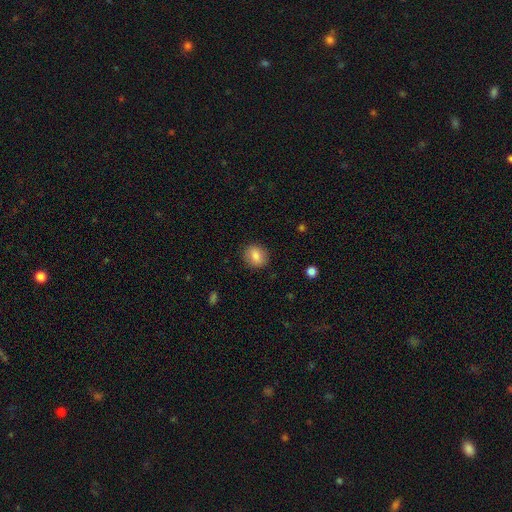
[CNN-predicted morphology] This appears to be a smooth galaxy with no disk features (82%) that is round (72%). Merging: none (88%).